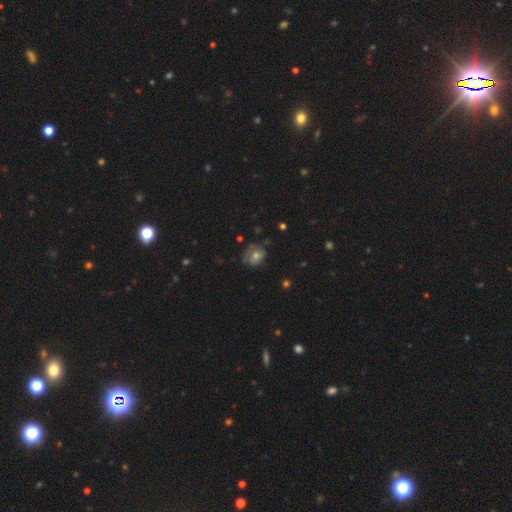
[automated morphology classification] Smooth or featured? Predicted: smooth (p=0.49). Merging? Predicted: none (p=0.55).